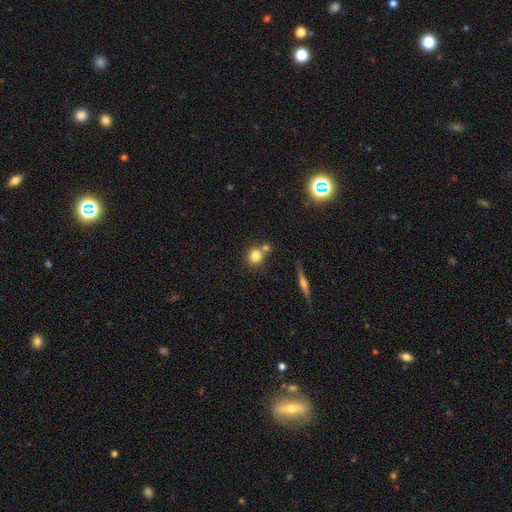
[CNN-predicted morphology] smooth_or_featured: smooth (p=0.78) [alt: star or artifact p=0.11]
how_rounded: round (p=0.83) [alt: in between p=0.15]
merging: none (p=0.59) [alt: merger p=0.28]